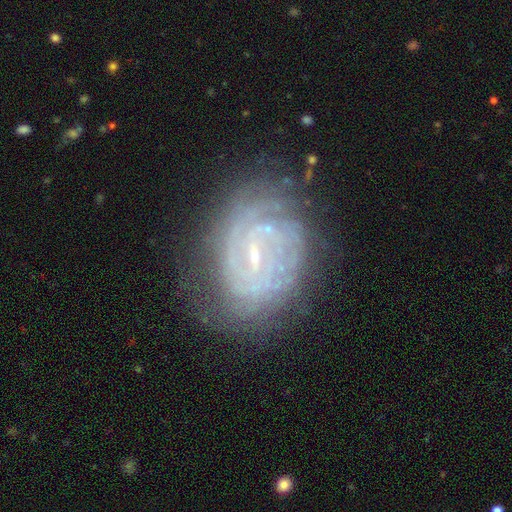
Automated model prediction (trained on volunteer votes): Q: Smooth or featured?
A: featured or disk (83%); runner-up: smooth (9%)
Q: Edge-on disk?
A: no (97%); runner-up: yes (3%)
Q: Bar?
A: weak (51%); runner-up: strong (27%)
Q: Spiral arms?
A: yes (92%); runner-up: no (8%)
Q: Spiral winding?
A: tight (73%); runner-up: medium (22%)
Q: Spiral arm count?
A: can't tell (39%); runner-up: 2 (26%)
Q: Bulge size?
A: small (79%); runner-up: moderate (13%)
Q: Merging?
A: none (72%); runner-up: minor disturbance (18%)